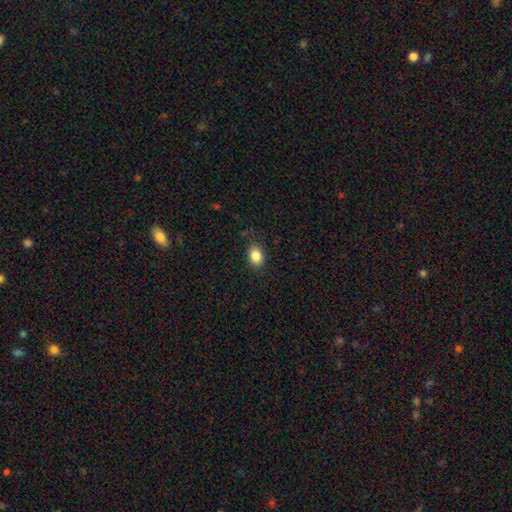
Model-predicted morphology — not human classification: Smooth or featured?
  - smooth: 85% *
  - star or artifact: 9%
  - featured or disk: 6%
How rounded?
  - in between: 72% *
  - round: 27%
  - cigar-shaped: 1%
Merging?
  - none: 85% *
  - minor disturbance: 11%
  - major disturbance: 3%
  - merger: 1%